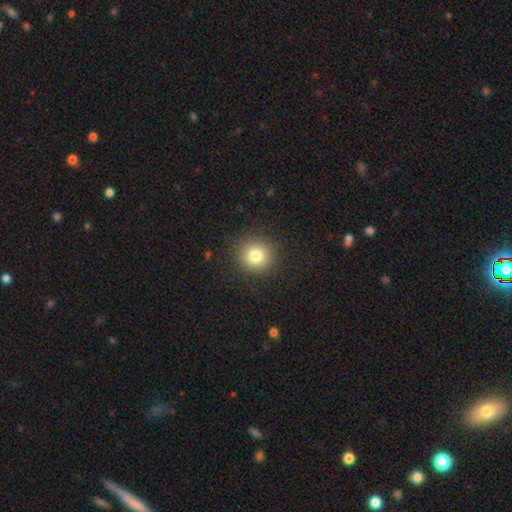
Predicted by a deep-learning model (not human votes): This appears to be a smooth galaxy with no disk features (81%) that is round (92%). Merging: none (90%).